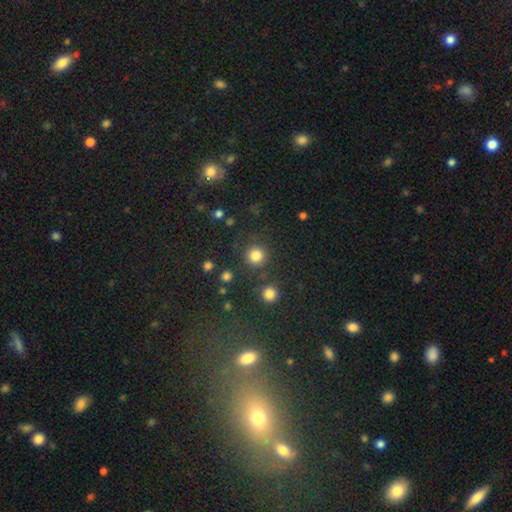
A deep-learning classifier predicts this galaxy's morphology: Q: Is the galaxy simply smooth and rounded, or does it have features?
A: smooth — 83%.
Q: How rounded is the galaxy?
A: round — 94%.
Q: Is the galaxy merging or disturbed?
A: none — 84%.